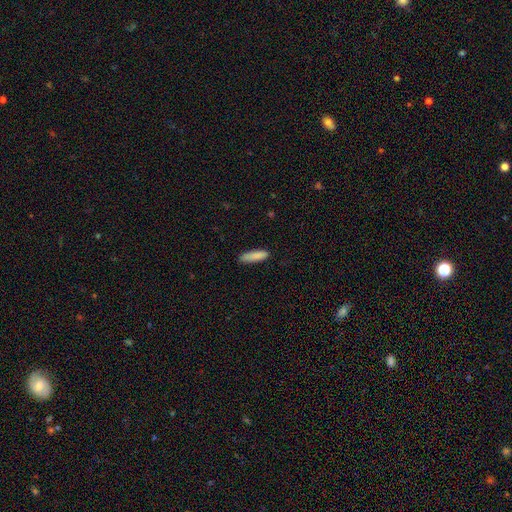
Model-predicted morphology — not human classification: Smooth or featured: smooth — 88% (star or artifact — 6%)
How rounded: cigar-shaped — 70% (in between — 28%)
Merging: none — 84% (minor disturbance — 13%)